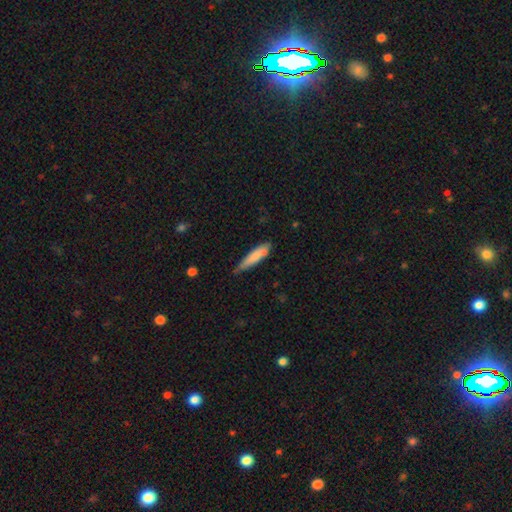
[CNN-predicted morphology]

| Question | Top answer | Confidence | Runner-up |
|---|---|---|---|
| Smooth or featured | smooth | 78% | featured or disk (16%) |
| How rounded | cigar-shaped | 81% | in between (18%) |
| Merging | none | 59% | minor disturbance (31%) |